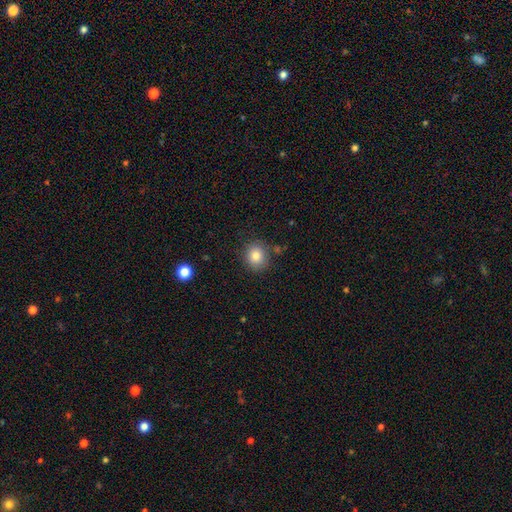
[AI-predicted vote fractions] The model was most divided on "how rounded": round: 84%, in between: 15%, cigar-shaped: 1%. More confident: merging — none (84%); smooth or featured — smooth (83%).